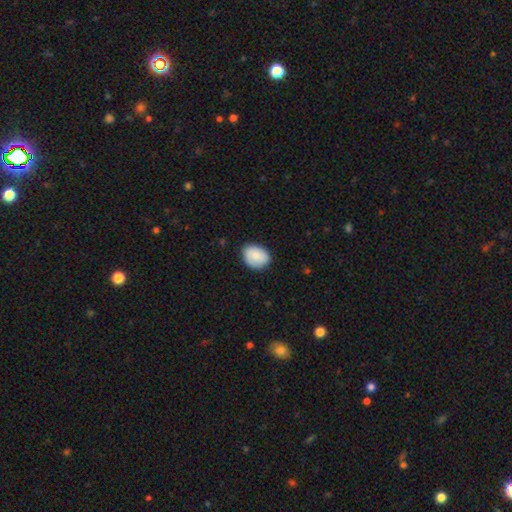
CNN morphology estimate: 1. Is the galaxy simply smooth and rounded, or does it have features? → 85% smooth, 9% featured or disk, 7% star or artifact.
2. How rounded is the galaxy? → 61% in between, 38% round, 1% cigar-shaped.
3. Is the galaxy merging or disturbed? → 78% none, 18% minor disturbance, 3% major disturbance, 1% merger.